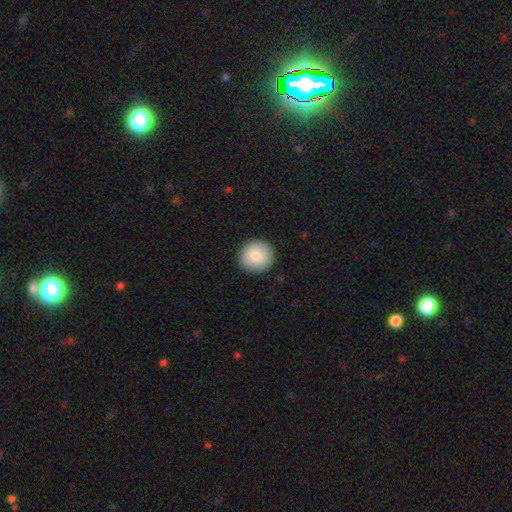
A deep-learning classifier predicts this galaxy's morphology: The model was most divided on "smooth or featured": smooth: 83%, featured or disk: 10%, star or artifact: 7%. More confident: how rounded — round (93%); merging — none (91%).